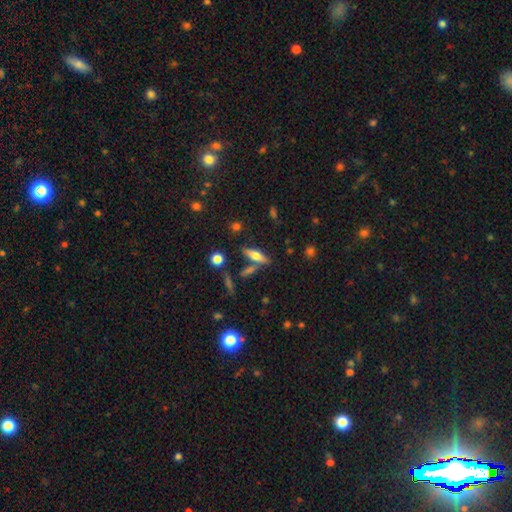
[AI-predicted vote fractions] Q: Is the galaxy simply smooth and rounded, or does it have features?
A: smooth — 53%.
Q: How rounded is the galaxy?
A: cigar-shaped — 54%.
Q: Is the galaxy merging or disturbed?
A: none — 71%.